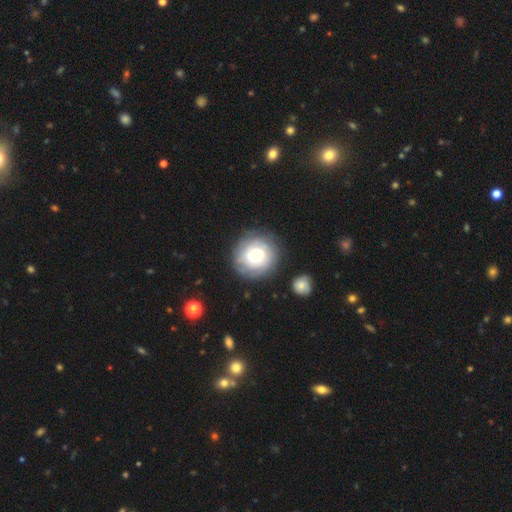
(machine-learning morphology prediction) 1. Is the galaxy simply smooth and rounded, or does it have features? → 55% smooth, 36% featured or disk, 8% star or artifact.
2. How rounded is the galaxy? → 89% round, 10% in between, 1% cigar-shaped.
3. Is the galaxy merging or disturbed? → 78% none, 13% minor disturbance, 5% major disturbance, 4% merger.